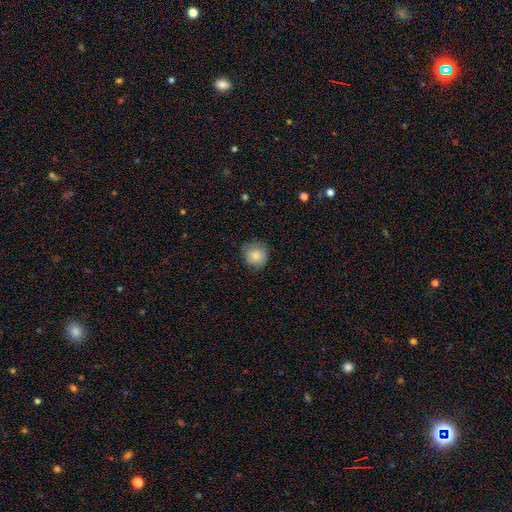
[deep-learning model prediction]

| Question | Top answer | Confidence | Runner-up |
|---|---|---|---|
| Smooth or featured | smooth | 78% | featured or disk (15%) |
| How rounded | round | 89% | in between (11%) |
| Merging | none | 74% | minor disturbance (20%) |